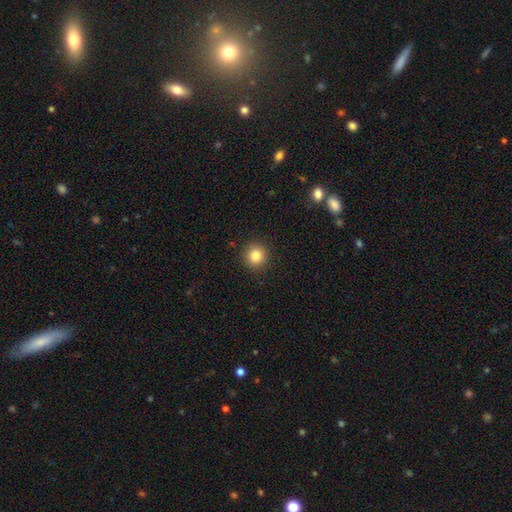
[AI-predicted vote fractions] This appears to be a smooth galaxy with no disk features (84%) that is round (93%). Merging: none (91%).